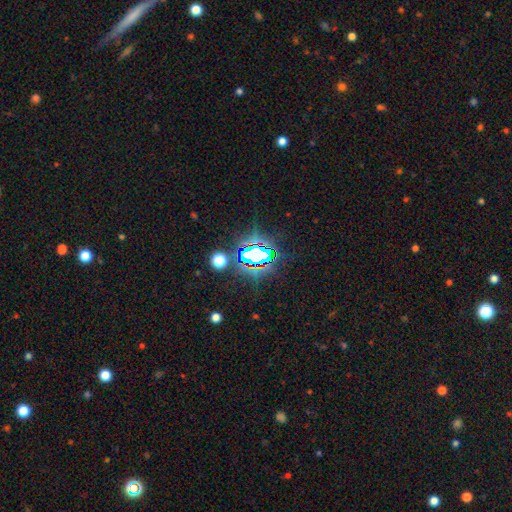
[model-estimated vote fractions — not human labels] A star or artifact, not a galaxy (71%).

Vote fractions:
- Smooth or featured? star or artifact: 71% / smooth: 17% / featured or disk: 12%